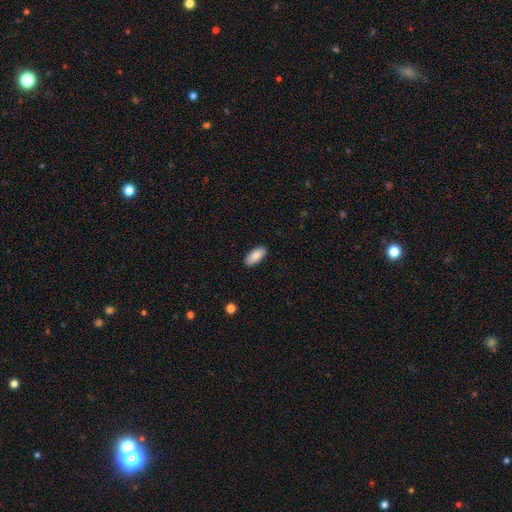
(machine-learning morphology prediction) smooth_or_featured: smooth (p=0.87) [alt: featured or disk p=0.07]
how_rounded: in between (p=0.90) [alt: cigar-shaped p=0.08]
merging: none (p=0.89) [alt: minor disturbance p=0.08]